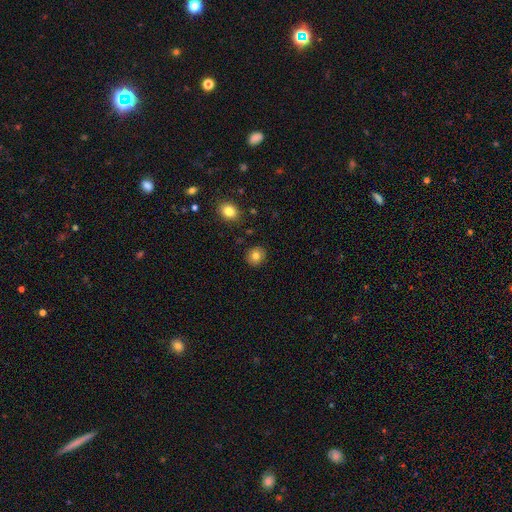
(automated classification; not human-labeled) smooth-or-featured: smooth: 80% | star or artifact: 10% | featured or disk: 10%
  how-rounded: round: 85% | in between: 14% | cigar-shaped: 1%
  merging: none: 89% | minor disturbance: 7% | major disturbance: 2% | merger: 2%